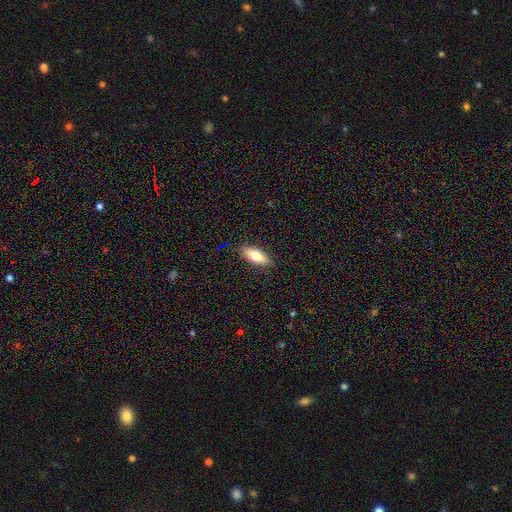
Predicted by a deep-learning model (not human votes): Morphology: type=smooth (72%); roundness=in between (76%); merging=none (88%).